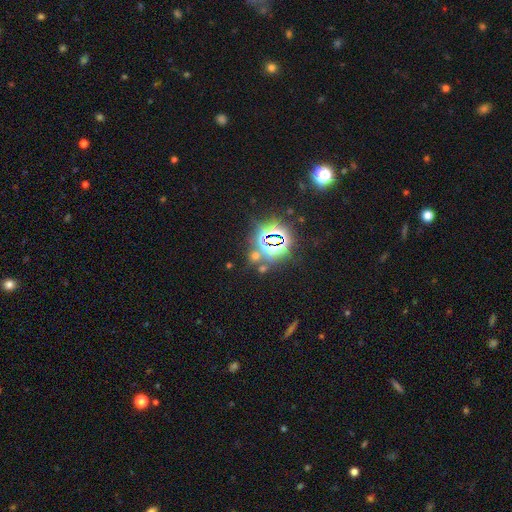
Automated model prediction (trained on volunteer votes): Smooth or featured? star or artifact (64%)